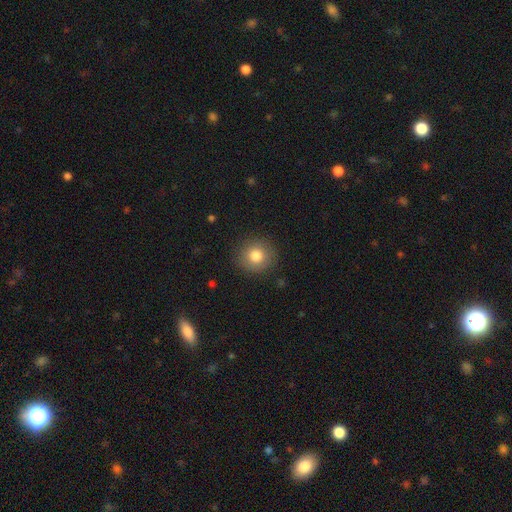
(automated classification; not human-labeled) smooth_or_featured: smooth (p=0.82) [alt: star or artifact p=0.10]
how_rounded: round (p=0.90) [alt: in between p=0.09]
merging: none (p=0.89) [alt: minor disturbance p=0.07]